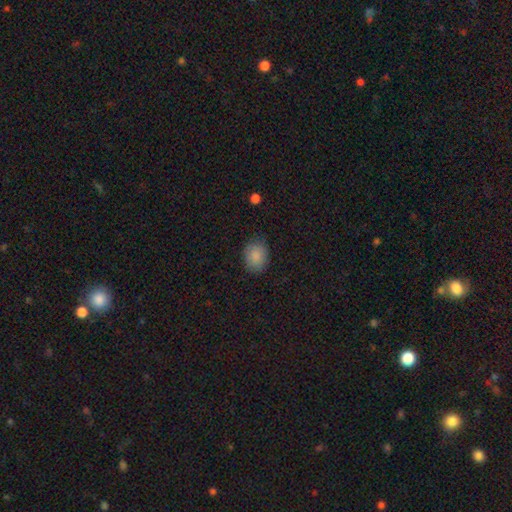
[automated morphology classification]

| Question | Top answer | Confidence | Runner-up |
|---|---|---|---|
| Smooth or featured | smooth | 87% | star or artifact (8%) |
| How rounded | in between | 55% | round (44%) |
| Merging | none | 81% | minor disturbance (14%) |